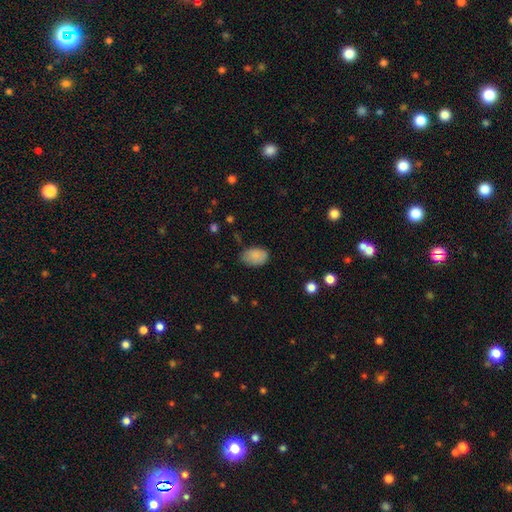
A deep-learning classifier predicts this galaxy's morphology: Smooth or featured? Predicted: smooth (p=0.86). How rounded? Predicted: in between (p=0.87). Merging? Predicted: none (p=0.70).